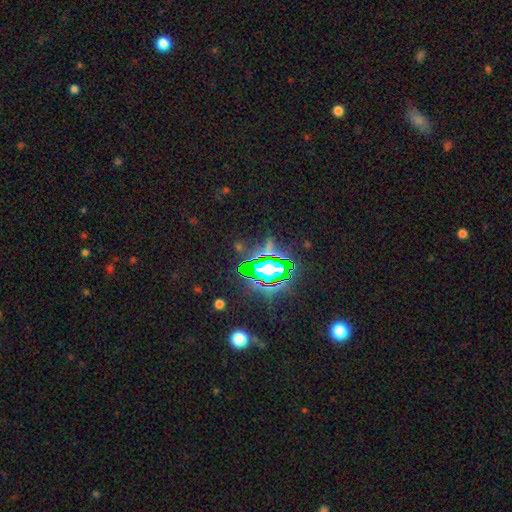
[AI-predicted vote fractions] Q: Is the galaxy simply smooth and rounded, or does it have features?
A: star or artifact — 81%.